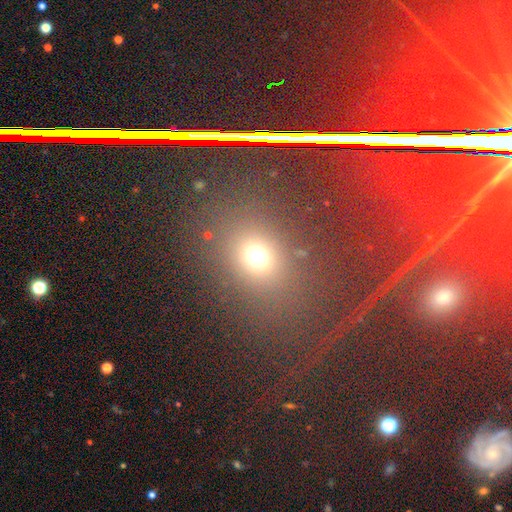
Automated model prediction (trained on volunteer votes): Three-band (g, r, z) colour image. It shows a smooth galaxy with no disk features (65%) that is round (53%). Merging: none (73%).